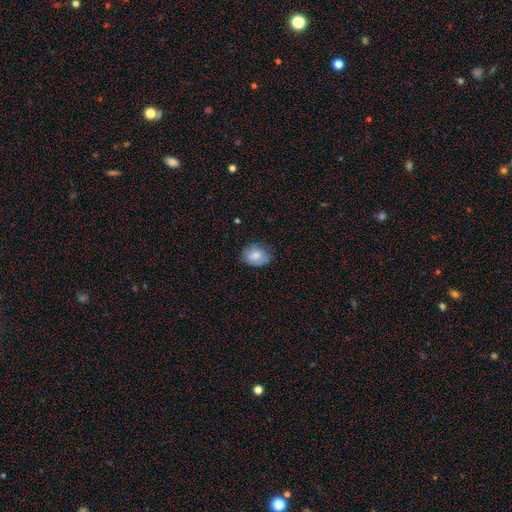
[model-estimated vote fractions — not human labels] Smooth or featured? smooth (77%)
How rounded? in between (61%)
Merging? none (71%)